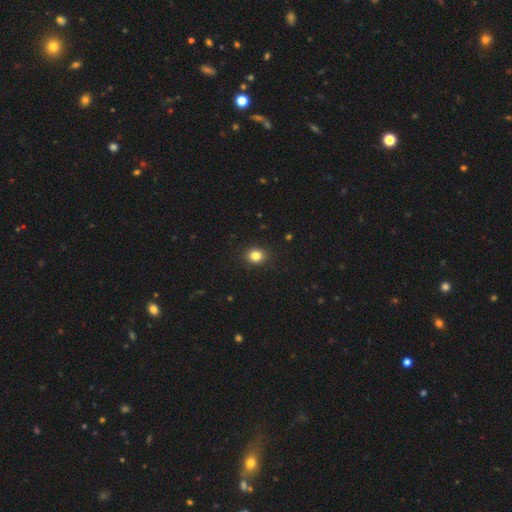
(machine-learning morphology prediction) smooth_or_featured: smooth (p=0.83) [alt: star or artifact p=0.12]
how_rounded: round (p=0.69) [alt: in between p=0.30]
merging: none (p=0.91) [alt: minor disturbance p=0.06]